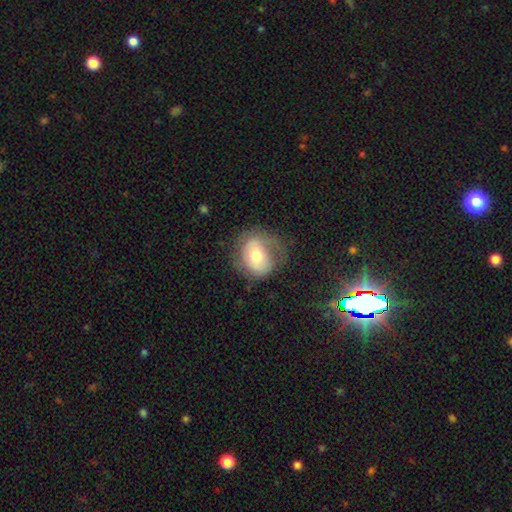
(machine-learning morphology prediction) smooth-or-featured: smooth: 52% | featured or disk: 40% | star or artifact: 8%
  how-rounded: round: 60% | in between: 39% | cigar-shaped: 1%
  merging: none: 53% | minor disturbance: 26% | major disturbance: 19% | merger: 2%